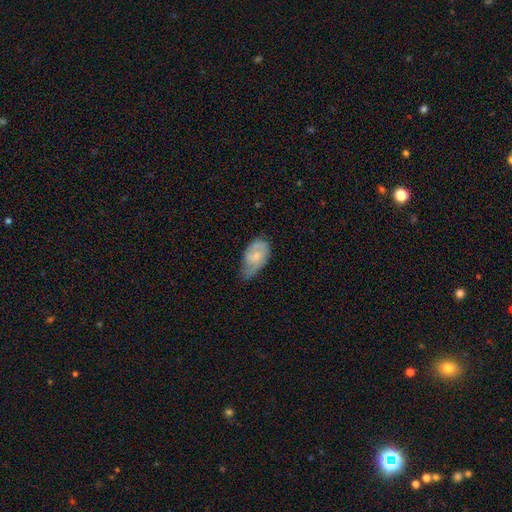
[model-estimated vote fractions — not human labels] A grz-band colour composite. It shows a smooth galaxy with no disk features (54%) that is in between round and cigar-shaped (91%). Merging: minor disturbance (46%).